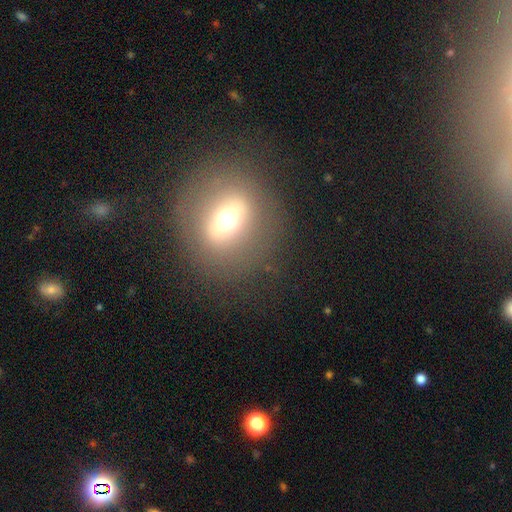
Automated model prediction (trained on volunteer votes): A smooth galaxy with no disk features (43%). Merging: none (81%).